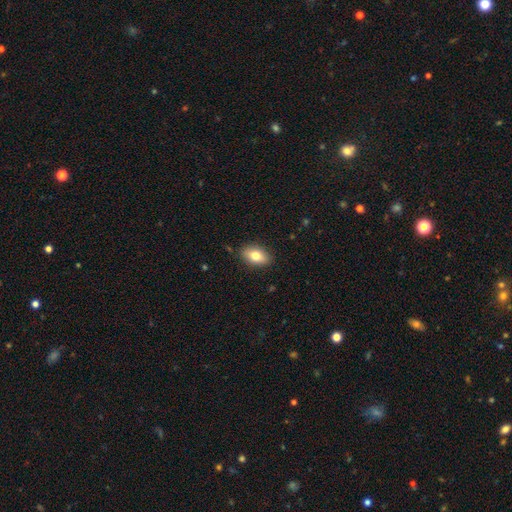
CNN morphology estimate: Smooth or featured: smooth — 75% (featured or disk — 17%)
How rounded: in between — 87% (round — 10%)
Merging: none — 87% (minor disturbance — 10%)